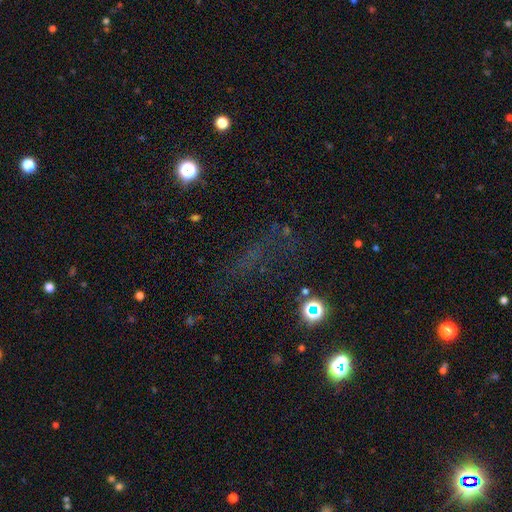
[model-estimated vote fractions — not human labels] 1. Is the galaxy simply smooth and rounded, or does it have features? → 55% star or artifact, 29% smooth, 16% featured or disk.